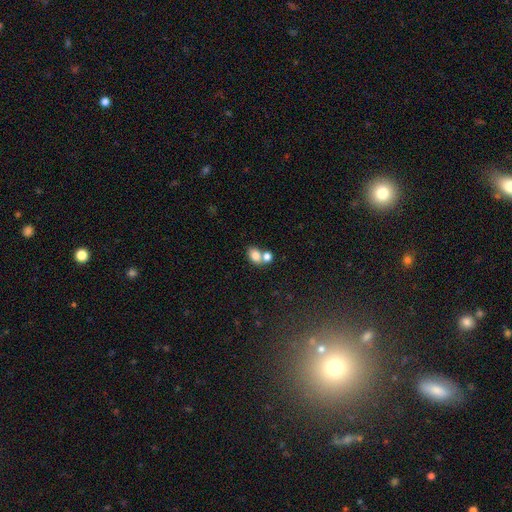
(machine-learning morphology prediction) smooth 79%, featured or disk 12%, star or artifact 10%. Down the decision tree: how rounded — in between (68%); merging — merger (52%).